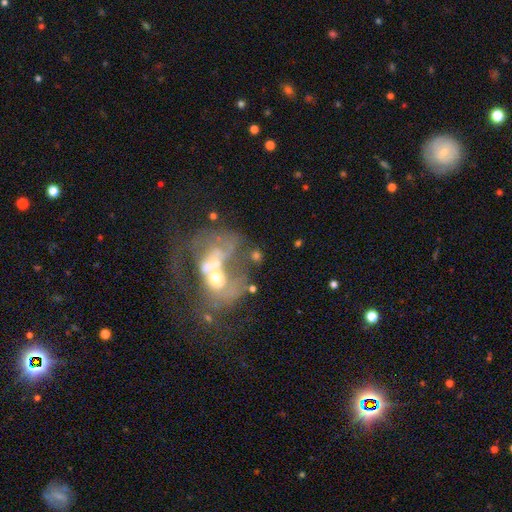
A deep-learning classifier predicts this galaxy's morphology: Smooth or featured?
  - featured or disk: 51% *
  - smooth: 34%
  - star or artifact: 15%
Edge-on disk?
  - no: 95% *
  - yes: 5%
Merging?
  - merger: 63% *
  - major disturbance: 17%
  - none: 13%
  - minor disturbance: 6%